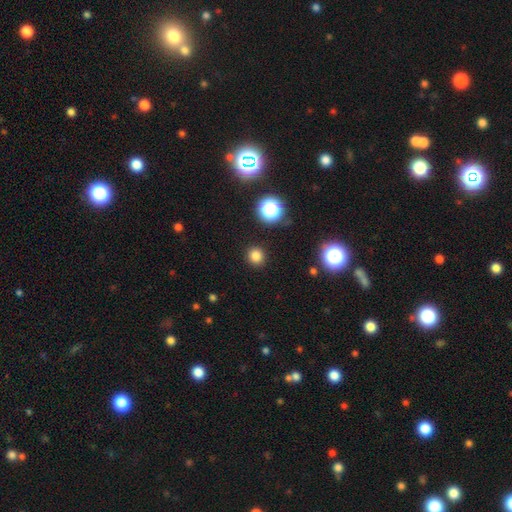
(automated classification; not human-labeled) A smooth galaxy with no disk features (79%) that is round (91%). Merging: none (91%).